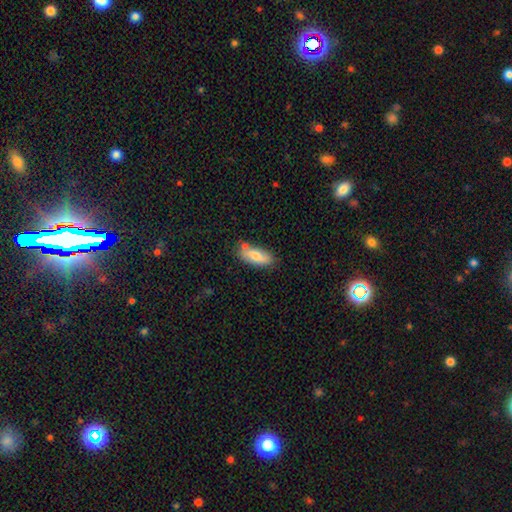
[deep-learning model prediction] A smooth galaxy with no disk features (77%) that is in between round and cigar-shaped (77%).

Vote fractions:
- Smooth or featured? smooth: 77% / featured or disk: 16% / star or artifact: 6%
- How rounded? in between: 77% / cigar-shaped: 20% / round: 2%
- Merging? none: 74% / minor disturbance: 16% / merger: 7% / major disturbance: 3%